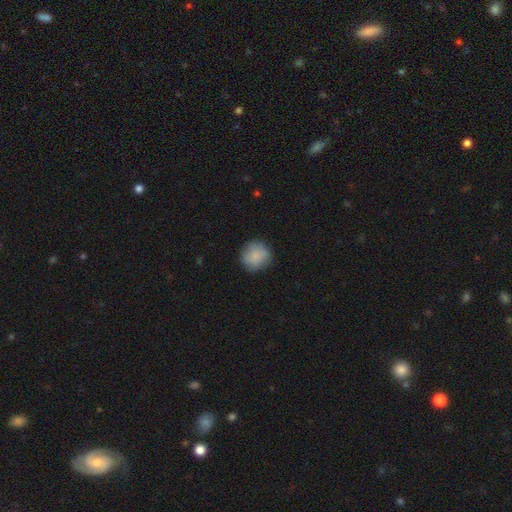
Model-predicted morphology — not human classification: smooth 86%, star or artifact 7%, featured or disk 7%. Down the decision tree: how rounded — round (91%); merging — none (84%).